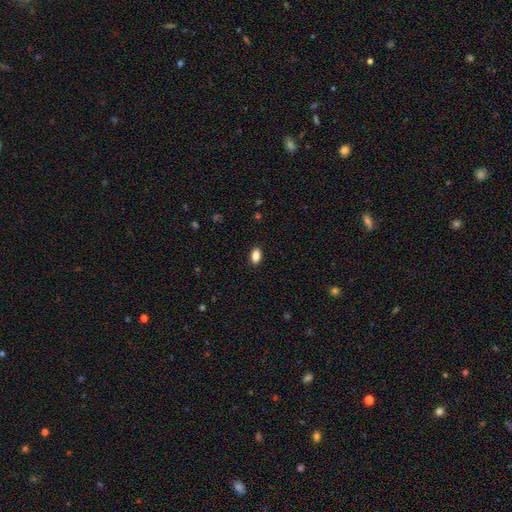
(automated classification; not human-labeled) smooth_or_featured: smooth (p=0.86) [alt: star or artifact p=0.09]
how_rounded: in between (p=0.90) [alt: round p=0.07]
merging: none (p=0.89) [alt: minor disturbance p=0.08]